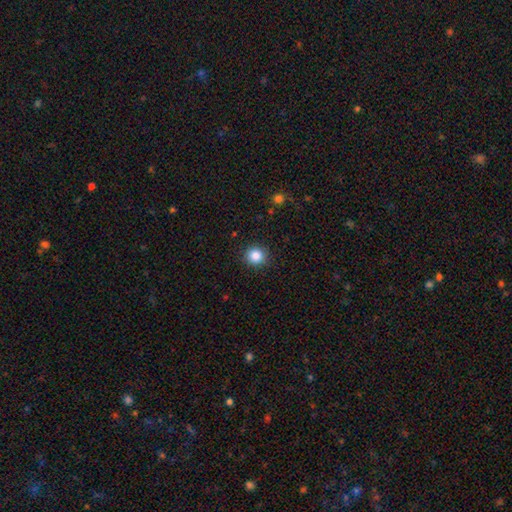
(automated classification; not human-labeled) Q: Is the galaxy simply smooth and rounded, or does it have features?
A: smooth — 85%.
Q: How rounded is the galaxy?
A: round — 90%.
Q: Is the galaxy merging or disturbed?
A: none — 90%.